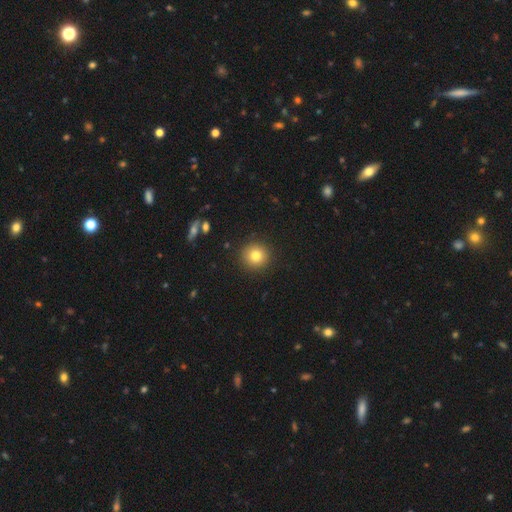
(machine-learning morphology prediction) A smooth galaxy with no disk features (79%) that is round (93%).

Vote fractions:
- Smooth or featured? smooth: 79% / star or artifact: 12% / featured or disk: 9%
- How rounded? round: 93% / in between: 6% / cigar-shaped: 1%
- Merging? none: 91% / minor disturbance: 6% / major disturbance: 2% / merger: 1%